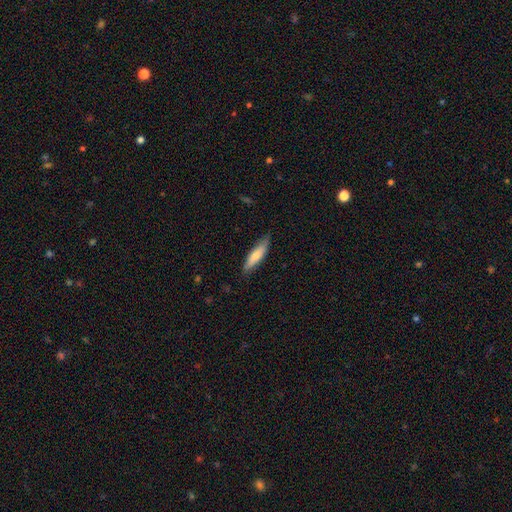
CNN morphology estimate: type=smooth (73%); roundness=cigar-shaped (75%); merging=none (81%).